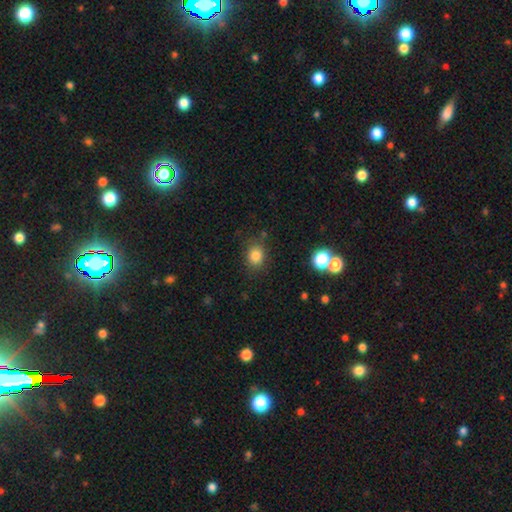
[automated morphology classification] Smooth or featured: smooth — 81% (star or artifact — 13%)
How rounded: round — 65% (in between — 34%)
Merging: none — 81% (minor disturbance — 12%)